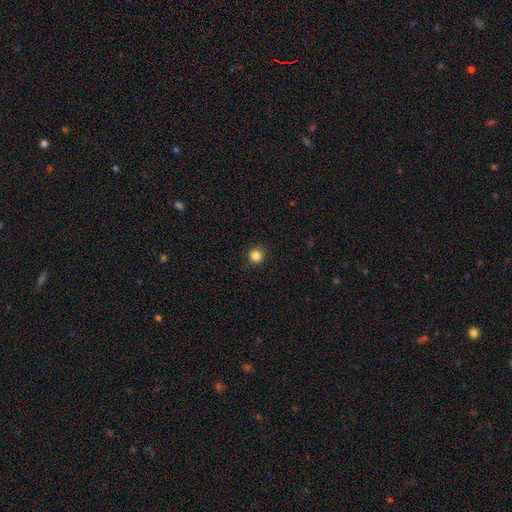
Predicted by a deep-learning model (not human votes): Smooth or featured?
  - smooth: 84% *
  - star or artifact: 12%
  - featured or disk: 4%
How rounded?
  - round: 90% *
  - in between: 9%
  - cigar-shaped: 1%
Merging?
  - none: 89% *
  - minor disturbance: 8%
  - major disturbance: 2%
  - merger: 1%